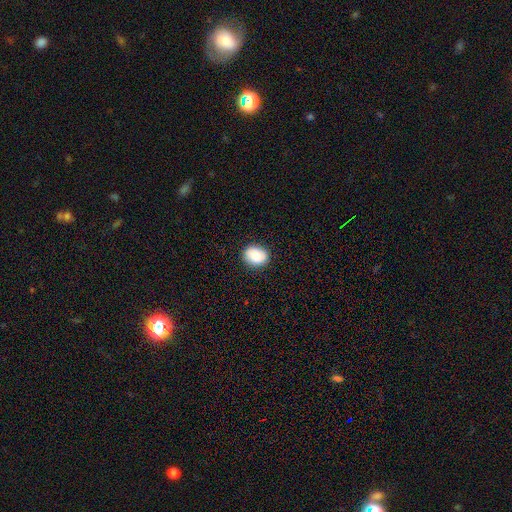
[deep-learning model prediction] smooth-or-featured: smooth: 78% | featured or disk: 14% | star or artifact: 8%
  how-rounded: in between: 53% | round: 46% | cigar-shaped: 1%
  merging: none: 86% | minor disturbance: 11% | major disturbance: 2% | merger: 1%